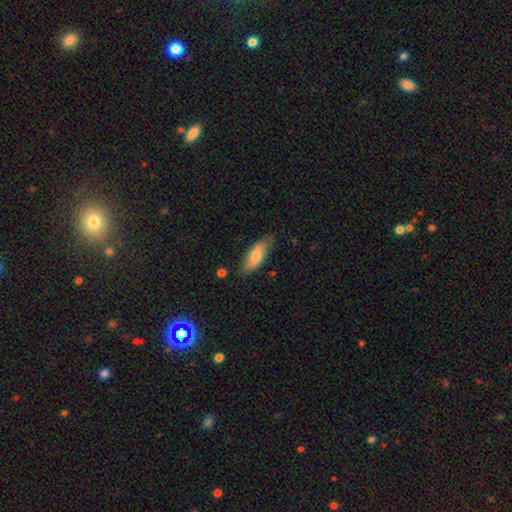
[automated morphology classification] Q: Smooth or featured?
A: smooth (68%); runner-up: featured or disk (26%)
Q: How rounded?
A: in between (73%); runner-up: cigar-shaped (25%)
Q: Merging?
A: none (78%); runner-up: minor disturbance (18%)